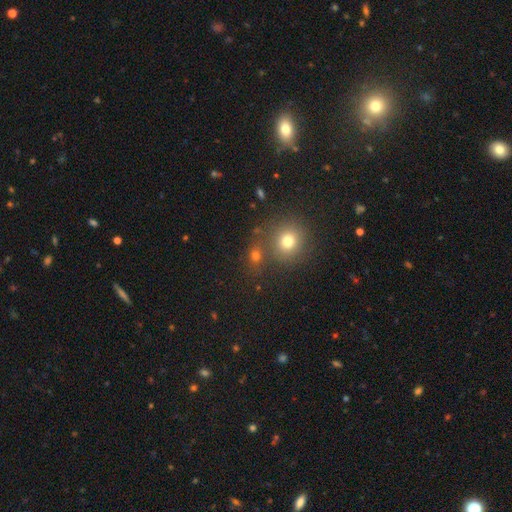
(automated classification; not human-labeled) Smooth or featured: smooth — 67% (star or artifact — 24%)
How rounded: round — 76% (in between — 23%)
Merging: none — 65% (merger — 21%)